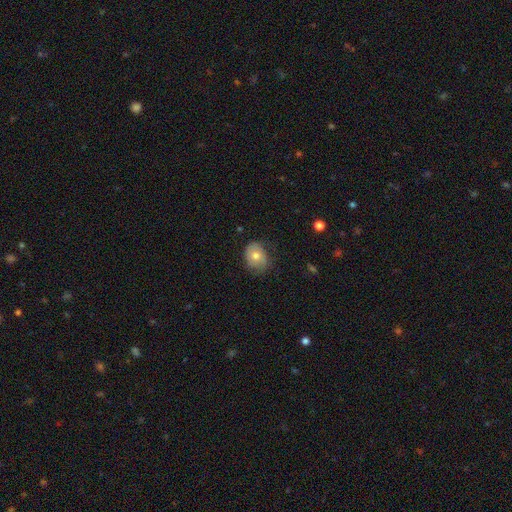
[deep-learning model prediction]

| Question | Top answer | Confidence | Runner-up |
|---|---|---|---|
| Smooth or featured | smooth | 65% | featured or disk (27%) |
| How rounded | in between | 54% | round (45%) |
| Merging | none | 67% | minor disturbance (25%) |